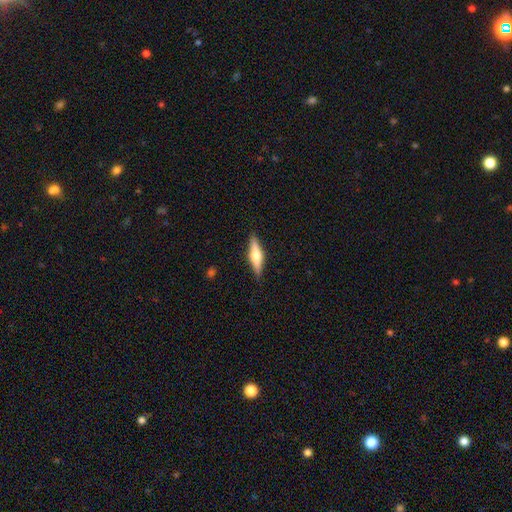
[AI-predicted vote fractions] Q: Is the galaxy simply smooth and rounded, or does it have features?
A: featured or disk — 57%.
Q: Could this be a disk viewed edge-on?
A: yes — 96%.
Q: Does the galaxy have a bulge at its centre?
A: rounded — 93%.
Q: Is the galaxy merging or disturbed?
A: none — 89%.